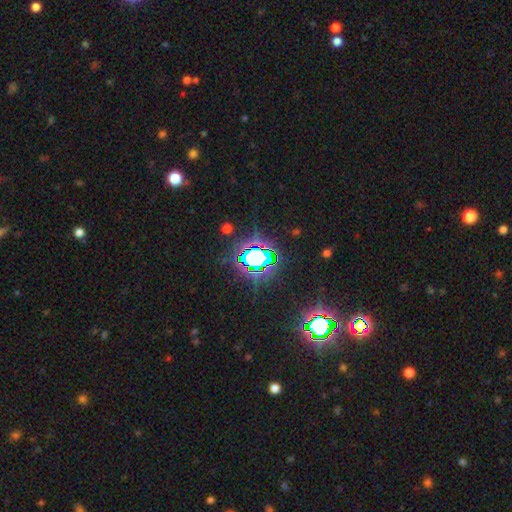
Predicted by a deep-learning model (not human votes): A star or artifact, not a galaxy (76%).

Vote fractions:
- Smooth or featured? star or artifact: 76% / smooth: 14% / featured or disk: 11%